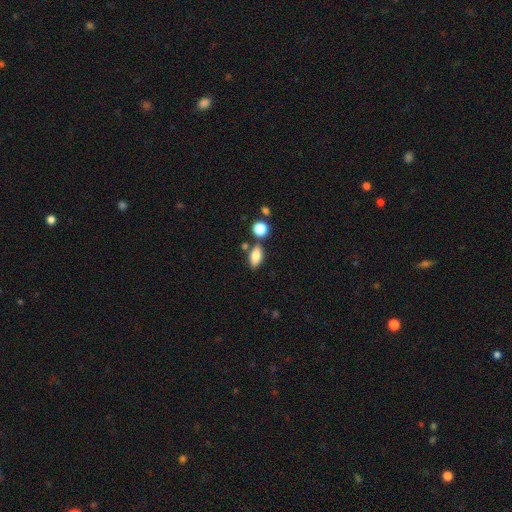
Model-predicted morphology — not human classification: Smooth or featured? smooth (82%)
How rounded? in between (85%)
Merging? none (72%)